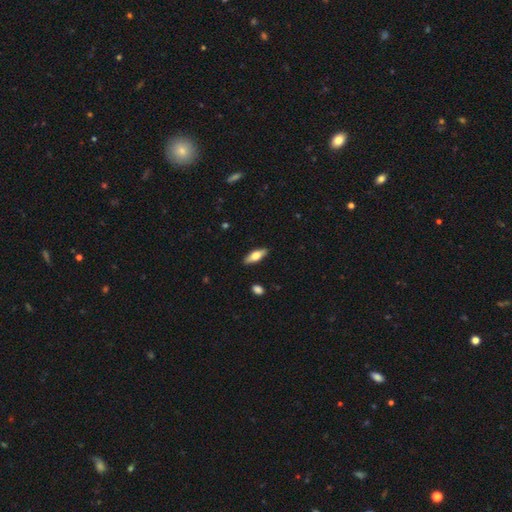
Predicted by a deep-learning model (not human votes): smooth 62%, featured or disk 33%, star or artifact 6%. Down the decision tree: how rounded — in between (66%); merging — none (89%).